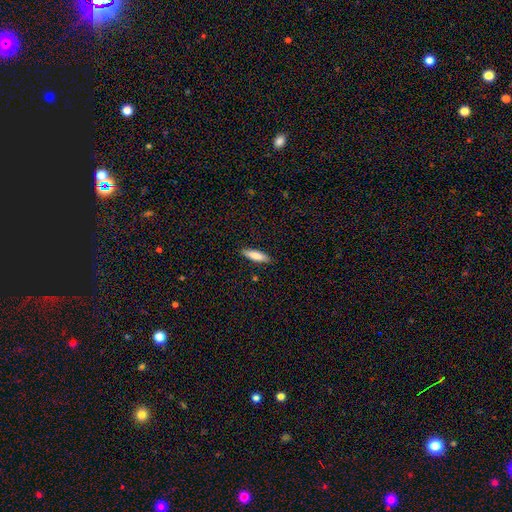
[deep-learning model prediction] Q: Smooth or featured?
A: smooth (78%); runner-up: featured or disk (16%)
Q: How rounded?
A: cigar-shaped (65%); runner-up: in between (34%)
Q: Merging?
A: none (87%); runner-up: minor disturbance (10%)